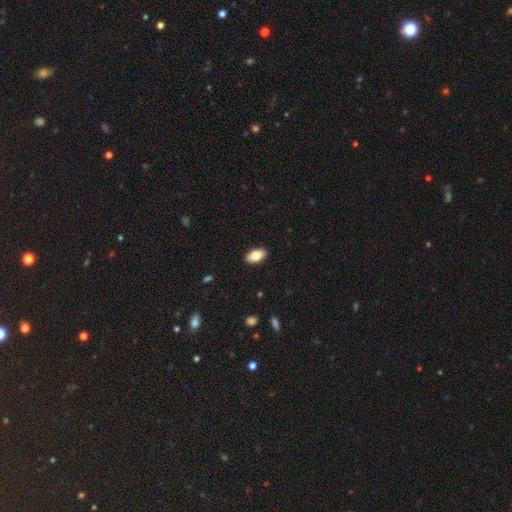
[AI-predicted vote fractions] This is clearly a smooth galaxy (81%). How rounded: clearly in between (93%). Merging: clearly none (90%).